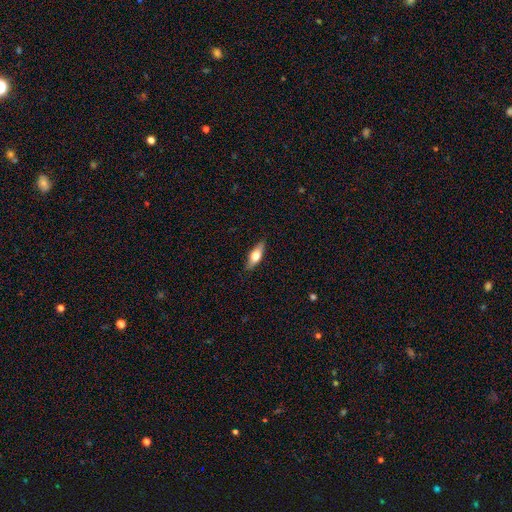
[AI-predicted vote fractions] Smooth or featured? Predicted: smooth (p=0.56). How rounded? Predicted: in between (p=0.62). Merging? Predicted: none (p=0.85).